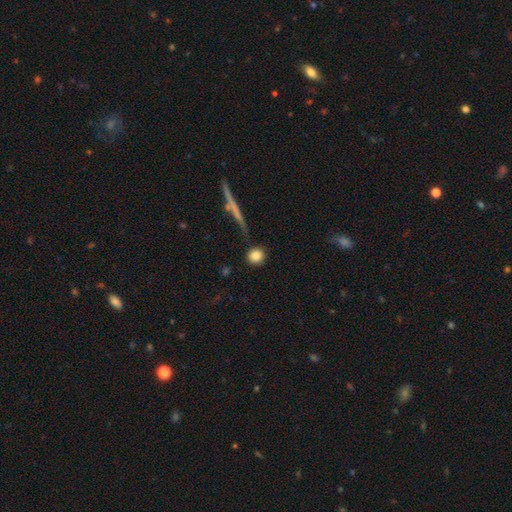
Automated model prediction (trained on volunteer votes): Smooth or featured: smooth — 84% (star or artifact — 9%)
How rounded: round — 90% (in between — 8%)
Merging: none — 84% (minor disturbance — 8%)